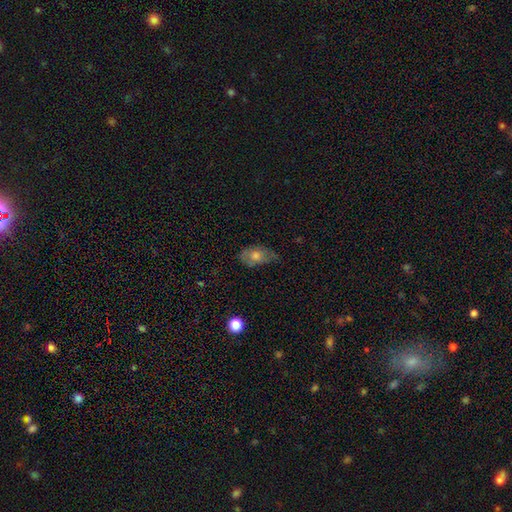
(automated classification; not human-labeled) A smooth galaxy with no disk features (55%) that is in between round and cigar-shaped (83%).

Vote fractions:
- Smooth or featured? smooth: 55% / featured or disk: 33% / star or artifact: 12%
- How rounded? in between: 83% / round: 13% / cigar-shaped: 4%
- Merging? none: 53% / minor disturbance: 33% / major disturbance: 12% / merger: 2%